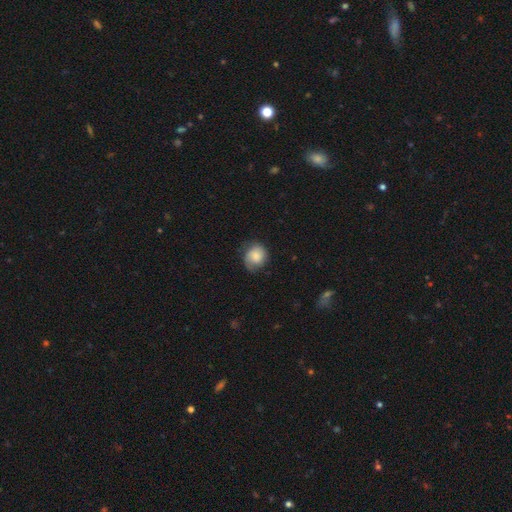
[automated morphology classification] type=smooth (73%); roundness=round (68%); merging=none (60%).